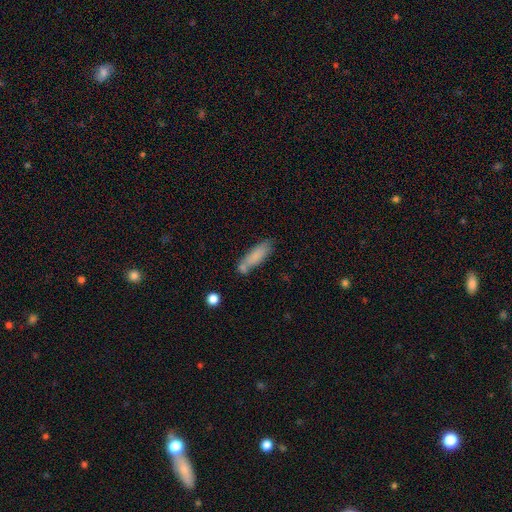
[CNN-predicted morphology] This is likely a smooth galaxy (79%). How rounded: possibly cigar-shaped (58%). Merging: possibly none (57%).